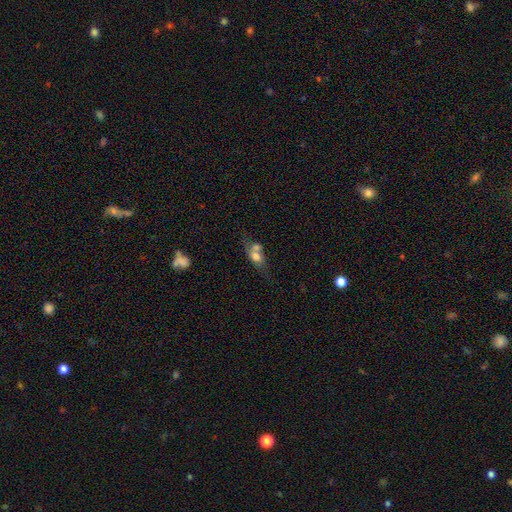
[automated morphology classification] Smooth or featured: smooth — 61% (featured or disk — 30%)
How rounded: in between — 67% (round — 19%)
Merging: merger — 49% (none — 31%)